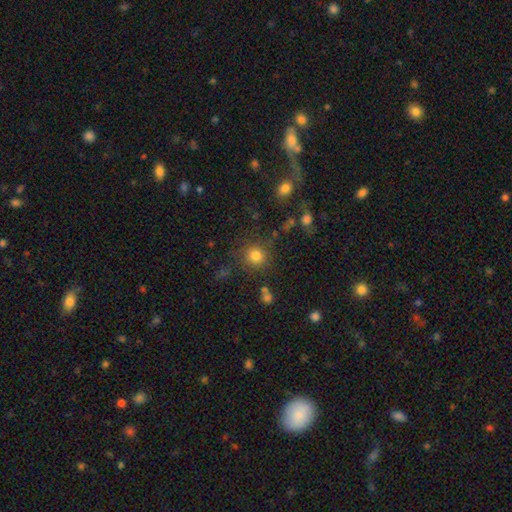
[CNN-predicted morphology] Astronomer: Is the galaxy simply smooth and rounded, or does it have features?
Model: smooth — 79%.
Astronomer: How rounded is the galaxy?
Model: round — 91%.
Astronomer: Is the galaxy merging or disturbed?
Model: none — 79%.